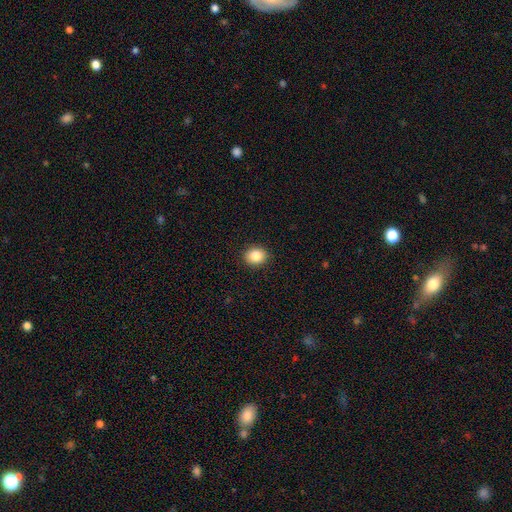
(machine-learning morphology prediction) Q: Smooth or featured?
A: smooth (86%); runner-up: star or artifact (9%)
Q: How rounded?
A: round (65%); runner-up: in between (34%)
Q: Merging?
A: none (91%); runner-up: minor disturbance (6%)